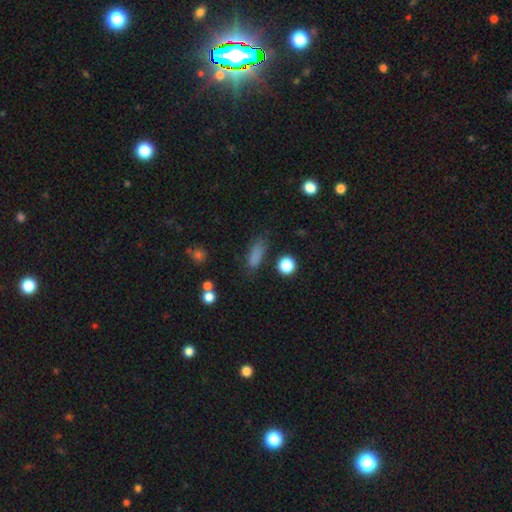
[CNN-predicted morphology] smooth_or_featured: smooth (p=0.79) [alt: star or artifact p=0.13]
how_rounded: in between (p=0.58) [alt: cigar-shaped p=0.35]
merging: none (p=0.71) [alt: minor disturbance p=0.19]